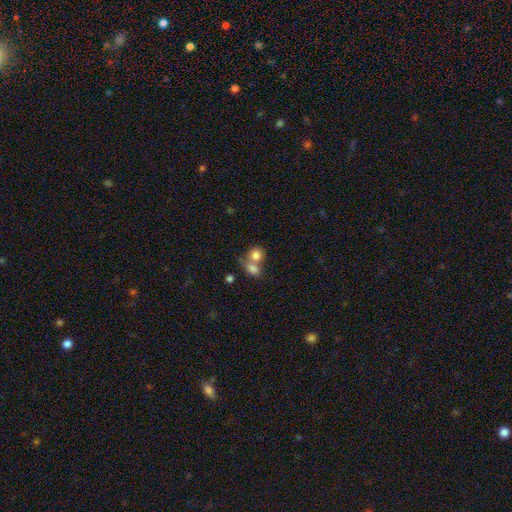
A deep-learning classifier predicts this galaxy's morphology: Overall: smooth (79%). How rounded: round (72%). Merging: merger (58%; none 31%).